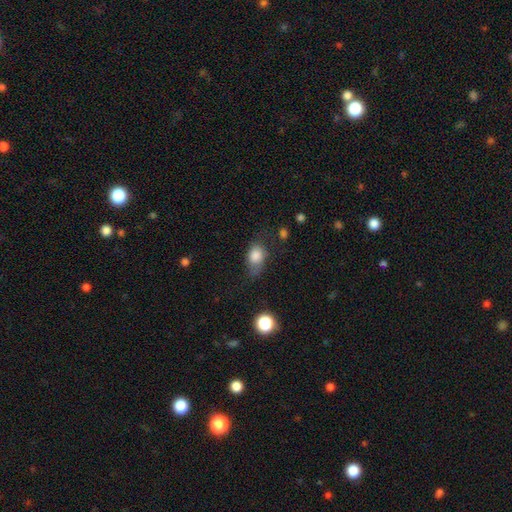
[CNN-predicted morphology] type=smooth (81%); roundness=in between (74%); merging=none (49%).